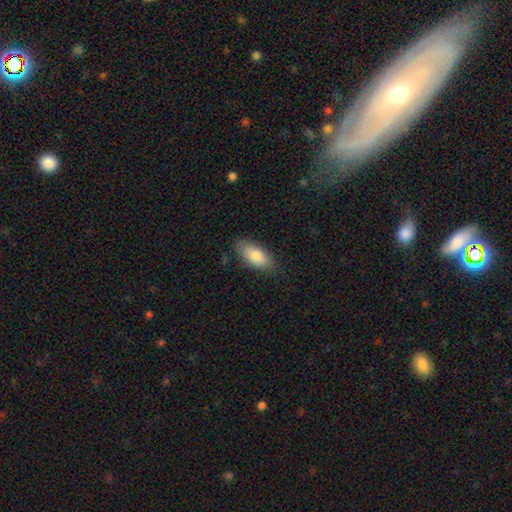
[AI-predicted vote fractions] Smooth or featured? smooth (82%)
How rounded? in between (87%)
Merging? none (81%)